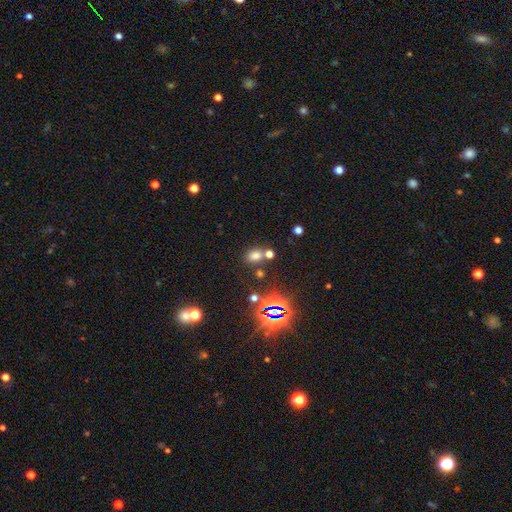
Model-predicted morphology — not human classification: Smooth or featured? smooth (63%)
How rounded? in between (60%)
Merging? none (64%)